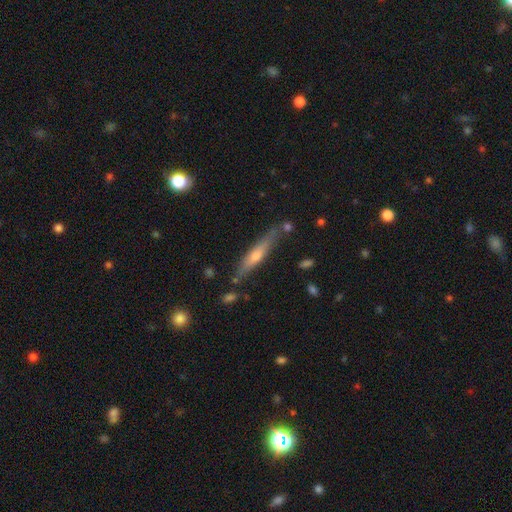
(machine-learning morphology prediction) type=featured or disk (51%); edge-on=yes (90%); merging=none (76%).